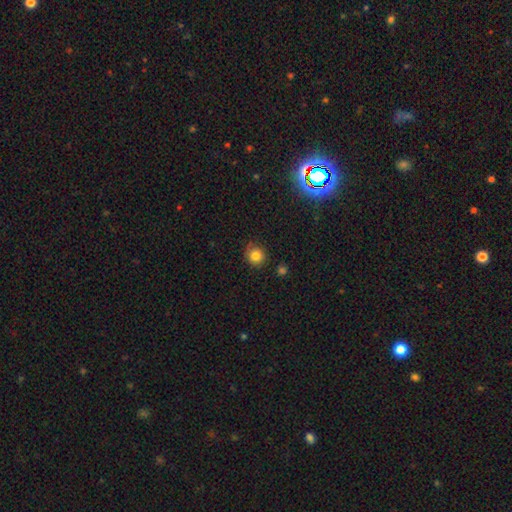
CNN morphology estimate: This is clearly a smooth galaxy (82%). How rounded: clearly round (88%). Merging: clearly none (81%).